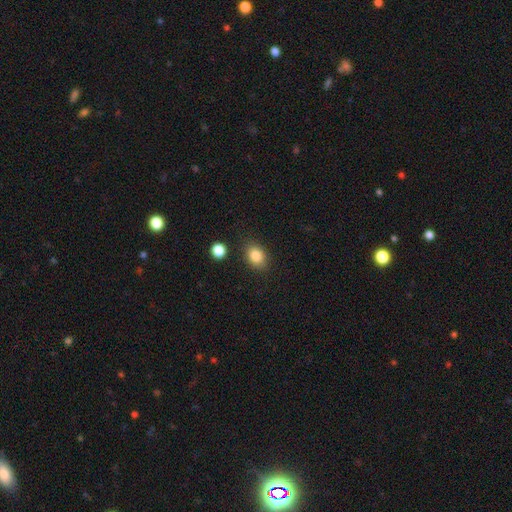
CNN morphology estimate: smooth_or_featured: smooth (p=0.85) [alt: star or artifact p=0.09]
how_rounded: in between (p=0.68) [alt: round p=0.31]
merging: none (p=0.82) [alt: minor disturbance p=0.11]